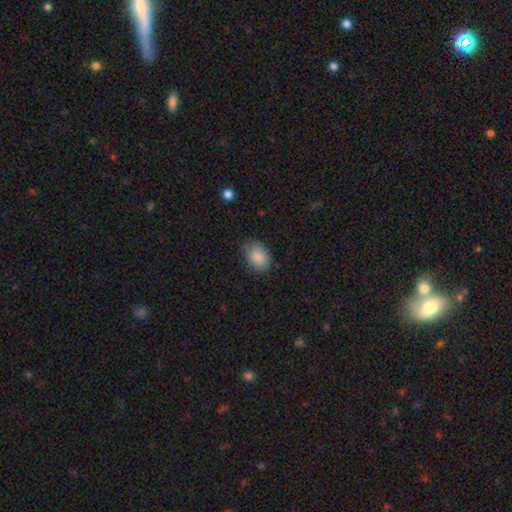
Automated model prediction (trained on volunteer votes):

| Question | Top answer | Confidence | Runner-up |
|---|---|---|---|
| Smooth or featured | smooth | 87% | star or artifact (8%) |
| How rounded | in between | 74% | round (25%) |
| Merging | none | 71% | minor disturbance (23%) |